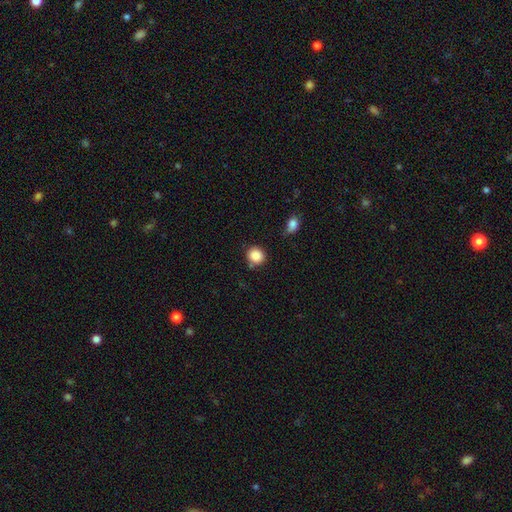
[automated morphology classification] smooth-or-featured: smooth: 88% | star or artifact: 9% | featured or disk: 4%
  how-rounded: round: 84% | in between: 15% | cigar-shaped: 1%
  merging: none: 78% | minor disturbance: 13% | merger: 6% | major disturbance: 4%